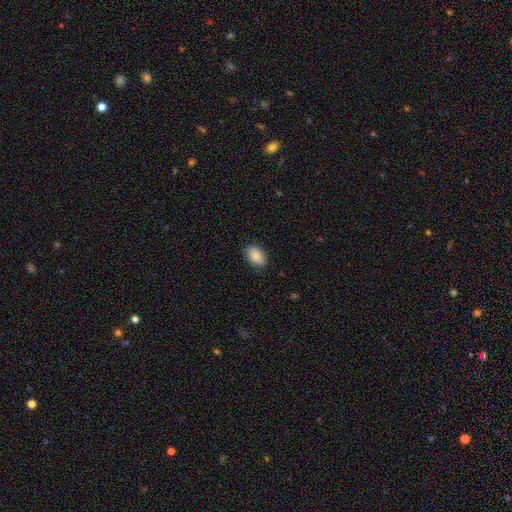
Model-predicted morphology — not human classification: Q: Smooth or featured?
A: smooth (89%); runner-up: star or artifact (6%)
Q: How rounded?
A: in between (90%); runner-up: round (9%)
Q: Merging?
A: none (85%); runner-up: minor disturbance (11%)